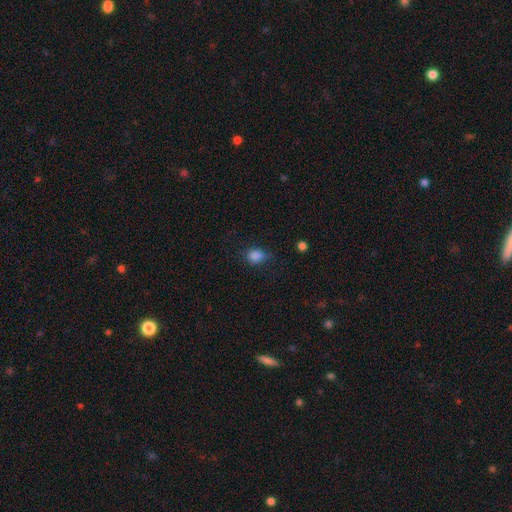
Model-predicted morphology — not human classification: A smooth galaxy with no disk features (84%) that is in between round and cigar-shaped (55%). Merging: none (59%).